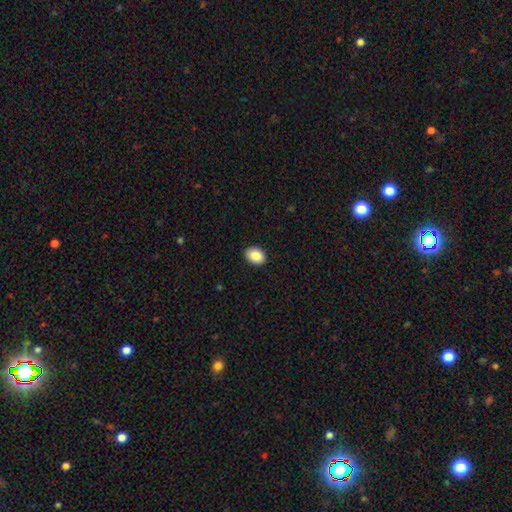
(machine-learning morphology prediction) This appears to be a smooth galaxy with no disk features (87%) that is in between round and cigar-shaped (74%). Merging: none (90%).